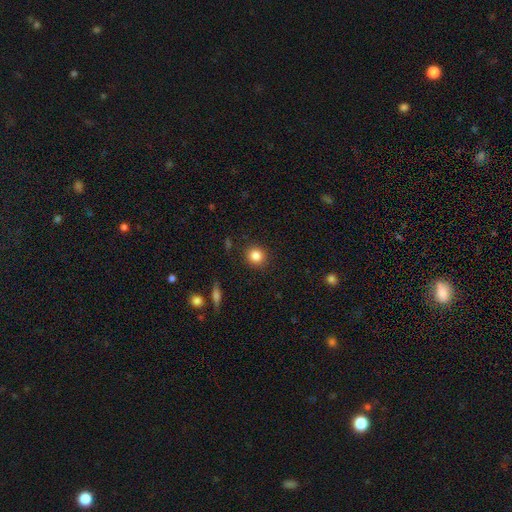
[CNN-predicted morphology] Smooth or featured?
  - smooth: 84% *
  - star or artifact: 10%
  - featured or disk: 6%
How rounded?
  - round: 90% *
  - in between: 9%
  - cigar-shaped: 1%
Merging?
  - none: 90% *
  - minor disturbance: 6%
  - major disturbance: 2%
  - merger: 1%